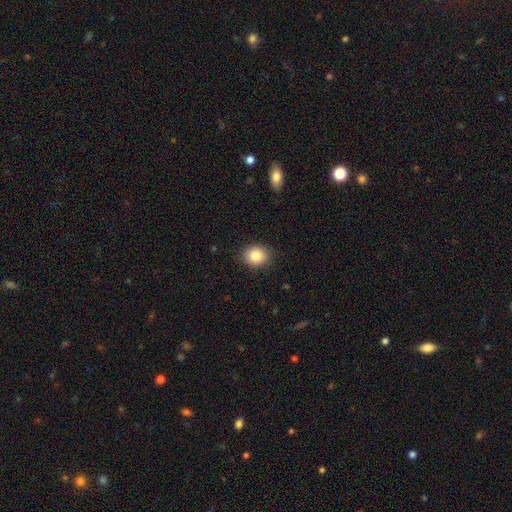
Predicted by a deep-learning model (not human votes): A smooth galaxy with no disk features (85%) that is round (62%).

Vote fractions:
- Smooth or featured? smooth: 85% / star or artifact: 9% / featured or disk: 6%
- How rounded? round: 62% / in between: 37% / cigar-shaped: 1%
- Merging? none: 89% / minor disturbance: 8% / major disturbance: 2% / merger: 1%